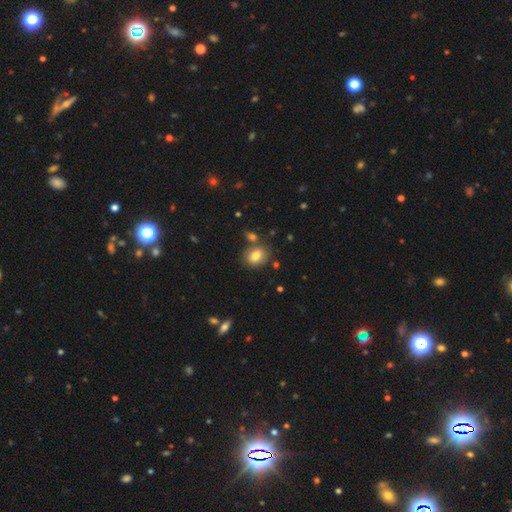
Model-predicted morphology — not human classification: type=smooth (80%); roundness=in between (64%); merging=none (74%).